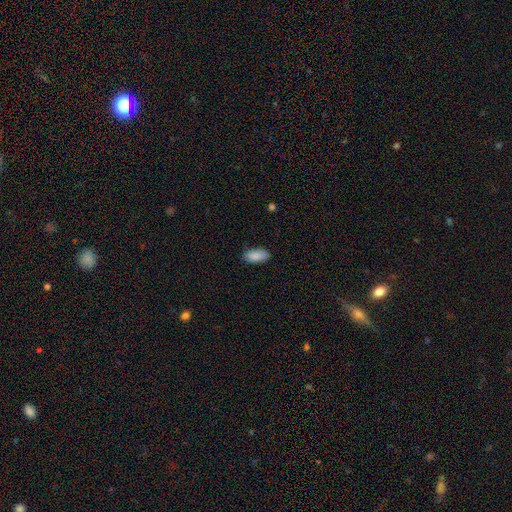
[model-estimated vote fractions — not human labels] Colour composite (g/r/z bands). It shows a smooth galaxy with no disk features (89%) that is in between round and cigar-shaped (91%). Merging: none (86%).